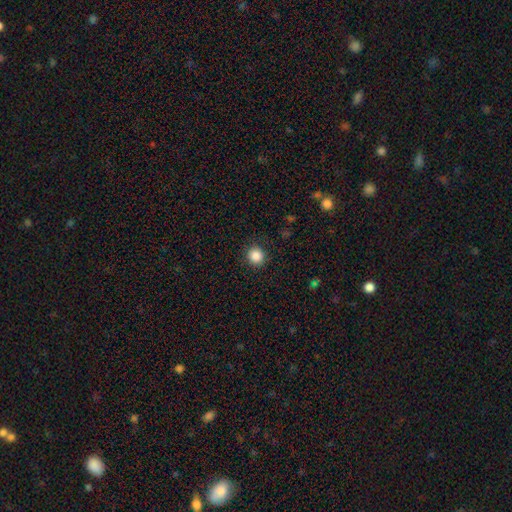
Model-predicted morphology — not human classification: Smooth or featured? smooth (87%)
How rounded? round (92%)
Merging? none (90%)